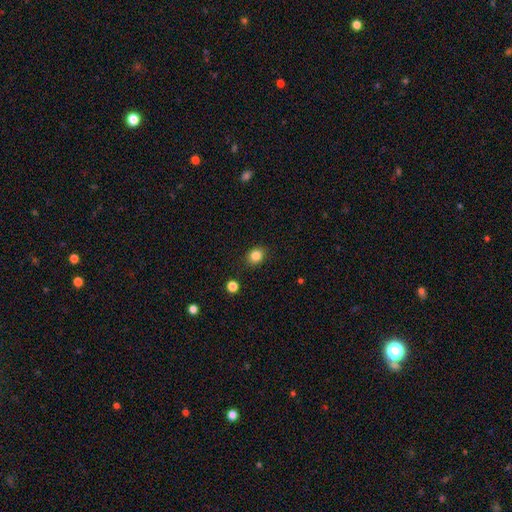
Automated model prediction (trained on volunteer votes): This appears to be a smooth galaxy with no disk features (84%) that is round (69%). Merging: none (88%).